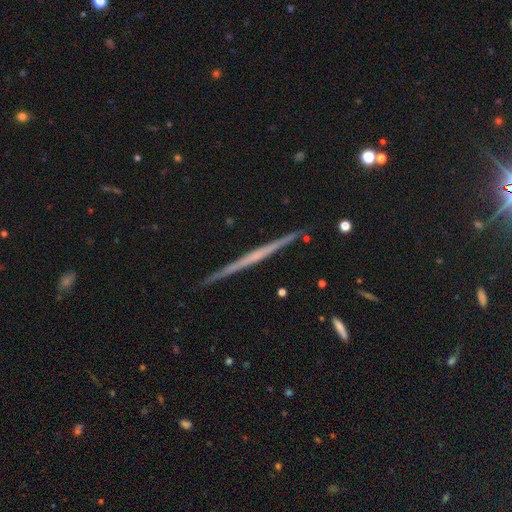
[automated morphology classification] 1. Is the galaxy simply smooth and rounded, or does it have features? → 73% featured or disk, 21% smooth, 6% star or artifact.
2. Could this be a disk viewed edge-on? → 98% yes, 2% no.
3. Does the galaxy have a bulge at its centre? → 76% none, 18% rounded, 7% boxy.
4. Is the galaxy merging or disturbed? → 92% none, 6% minor disturbance, 1% major disturbance, 1% merger.